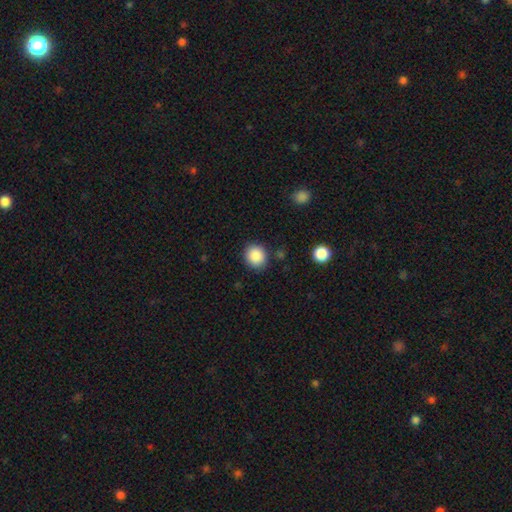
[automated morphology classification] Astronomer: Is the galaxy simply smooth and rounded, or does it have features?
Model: smooth — 88%.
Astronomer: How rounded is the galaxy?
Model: round — 81%.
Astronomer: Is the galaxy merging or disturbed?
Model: none — 87%.